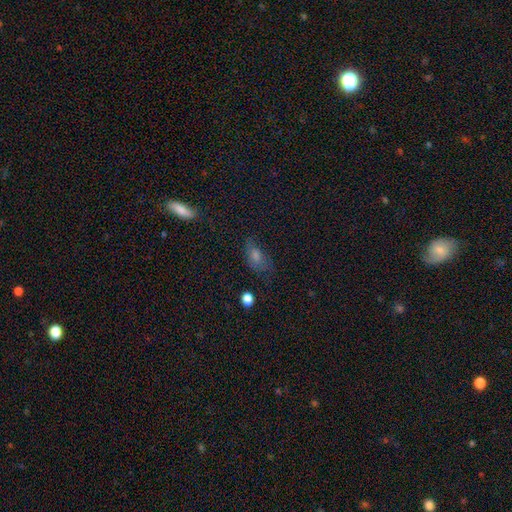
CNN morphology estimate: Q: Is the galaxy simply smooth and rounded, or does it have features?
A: smooth — 57%.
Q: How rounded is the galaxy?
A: in between — 81%.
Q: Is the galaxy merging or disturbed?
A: none — 56%.